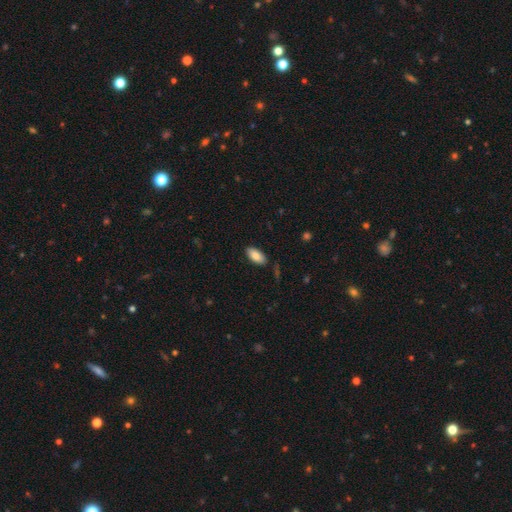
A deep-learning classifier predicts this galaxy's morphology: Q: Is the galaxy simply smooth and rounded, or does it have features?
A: smooth — 86%.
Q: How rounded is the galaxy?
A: in between — 92%.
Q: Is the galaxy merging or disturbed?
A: none — 85%.